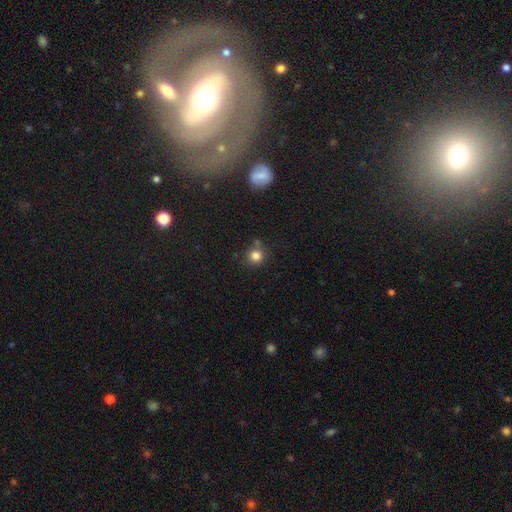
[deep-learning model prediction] Overall: smooth (82%). How rounded: round (90%). Merging: none (74%).